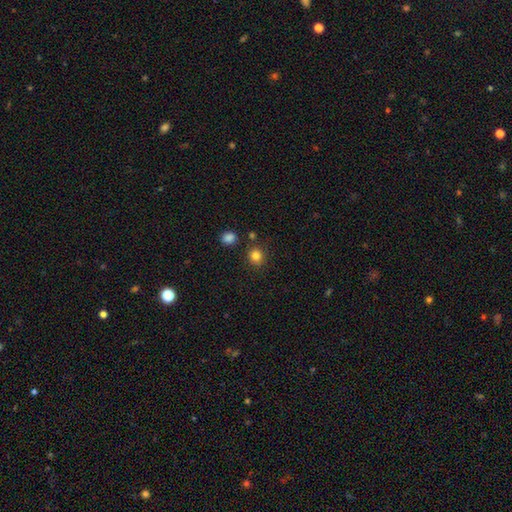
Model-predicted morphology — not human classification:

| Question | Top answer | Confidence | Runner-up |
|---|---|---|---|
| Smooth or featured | smooth | 83% | star or artifact (12%) |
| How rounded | round | 85% | in between (14%) |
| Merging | none | 84% | minor disturbance (8%) |